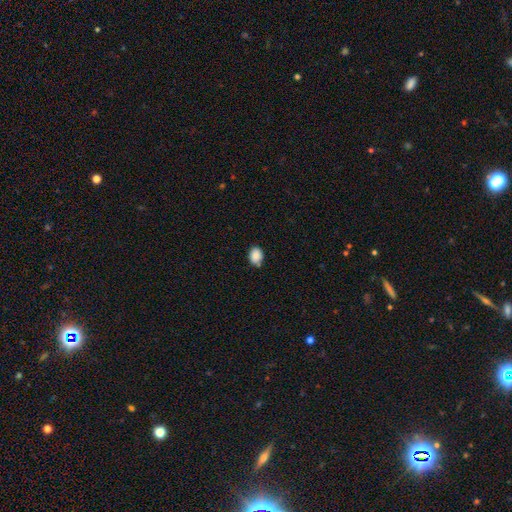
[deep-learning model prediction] smooth_or_featured: smooth (p=0.88) [alt: star or artifact p=0.09]
how_rounded: in between (p=0.61) [alt: round p=0.38]
merging: none (p=0.76) [alt: minor disturbance p=0.17]